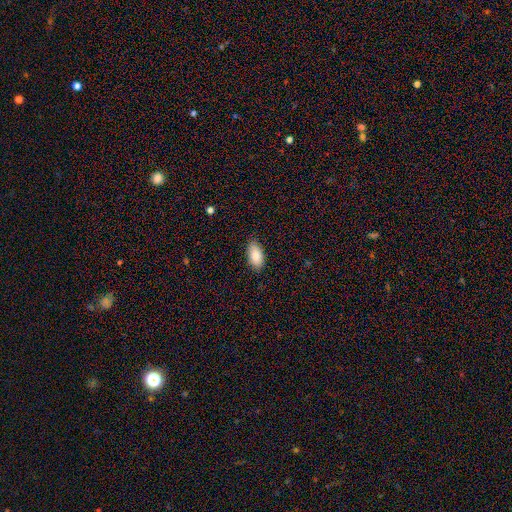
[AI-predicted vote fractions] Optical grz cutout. It shows a smooth galaxy with no disk features (85%) that is in between round and cigar-shaped (93%). Merging: none (85%).